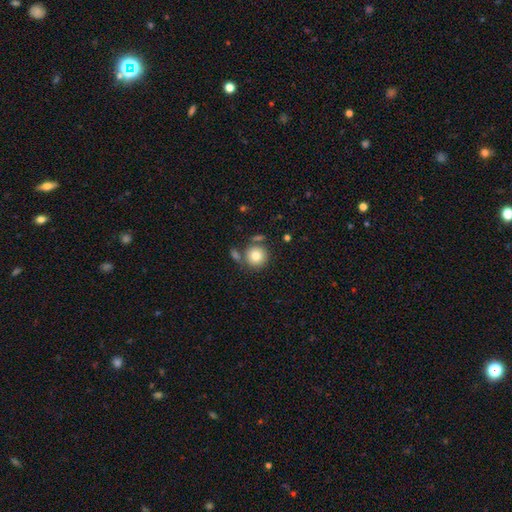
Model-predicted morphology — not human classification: Smooth or featured? Predicted: smooth (p=0.79). How rounded? Predicted: round (p=0.93). Merging? Predicted: none (p=0.71).